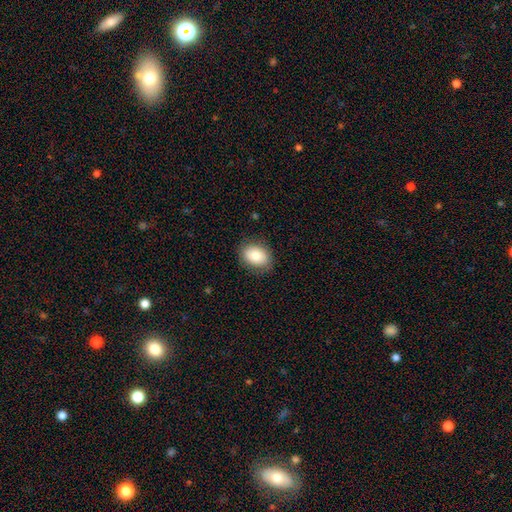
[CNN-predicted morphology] smooth 82%, featured or disk 11%, star or artifact 8%. Down the decision tree: how rounded — in between (71%); merging — none (84%).